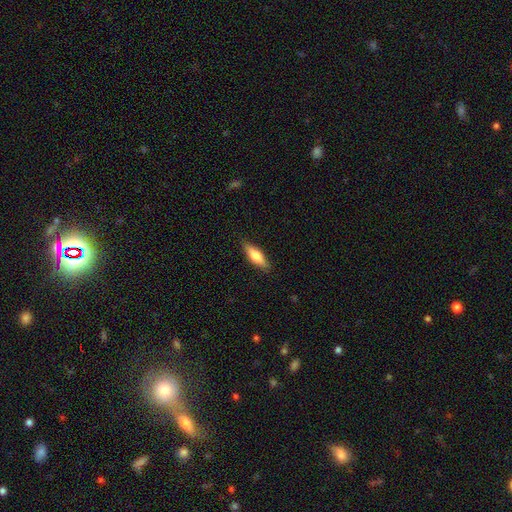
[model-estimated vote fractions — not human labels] smooth 68%, featured or disk 26%, star or artifact 6%. Down the decision tree: how rounded — cigar-shaped (51%); merging — none (86%).